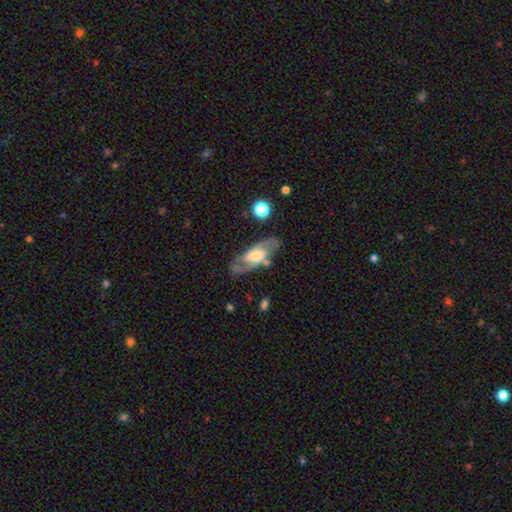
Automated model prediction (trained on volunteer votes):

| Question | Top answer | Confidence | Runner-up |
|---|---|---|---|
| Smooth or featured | featured or disk | 79% | smooth (15%) |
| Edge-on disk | no | 90% | yes (10%) |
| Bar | weak | 42% | strong (30%) |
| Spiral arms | yes | 92% | no (8%) |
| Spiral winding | medium | 54% | tight (26%) |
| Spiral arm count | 2 | 87% | can't tell (7%) |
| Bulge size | moderate | 41% | small (27%) |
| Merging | none | 77% | minor disturbance (14%) |